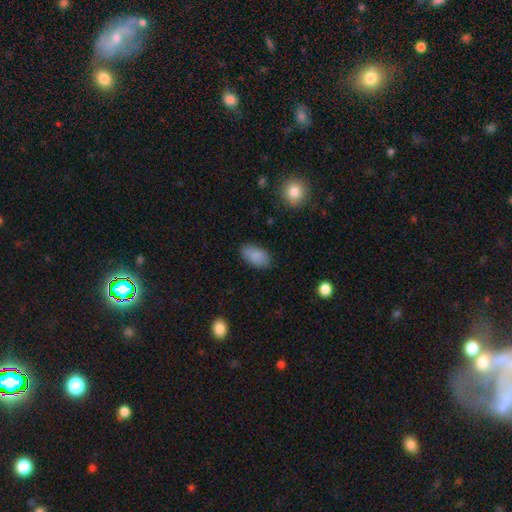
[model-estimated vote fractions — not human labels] smooth 87%, star or artifact 8%, featured or disk 6%. Down the decision tree: how rounded — in between (93%); merging — none (81%).